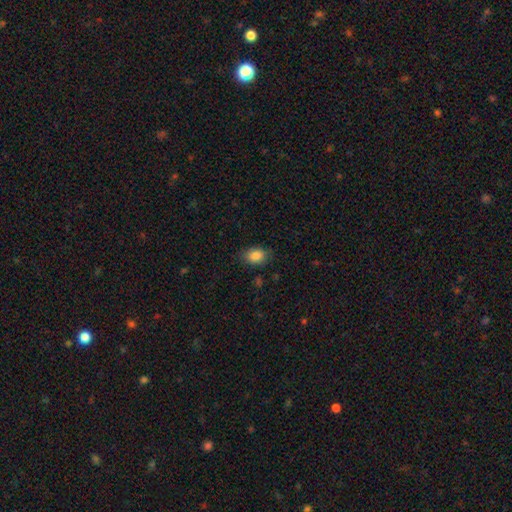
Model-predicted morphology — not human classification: type=smooth (85%); roundness=in between (76%); merging=none (80%).